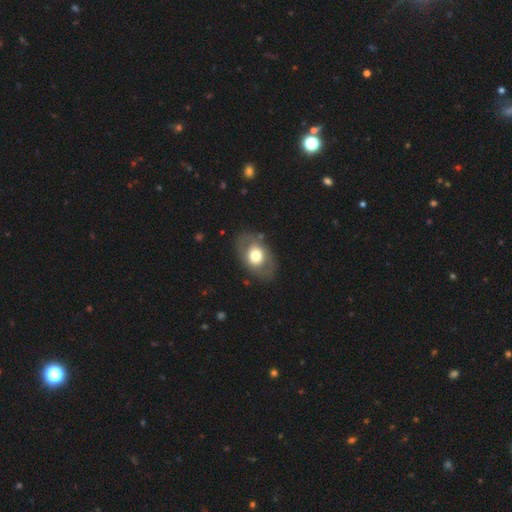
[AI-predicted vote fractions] Smooth or featured? Predicted: smooth (p=0.58). How rounded? Predicted: in between (p=0.77). Merging? Predicted: none (p=0.78).